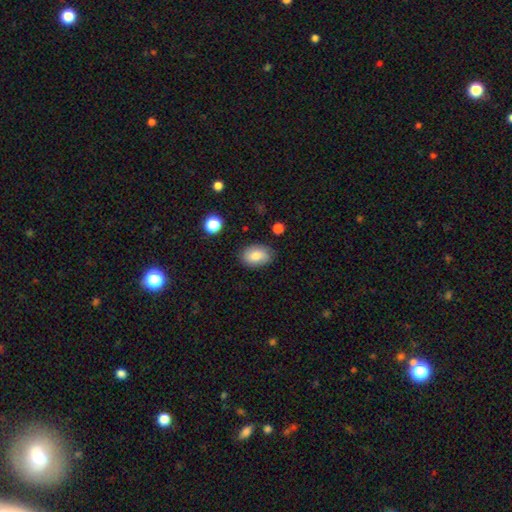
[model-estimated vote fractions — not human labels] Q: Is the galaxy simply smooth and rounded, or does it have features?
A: smooth — 81%.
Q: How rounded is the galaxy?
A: in between — 83%.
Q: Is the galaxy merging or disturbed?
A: none — 82%.